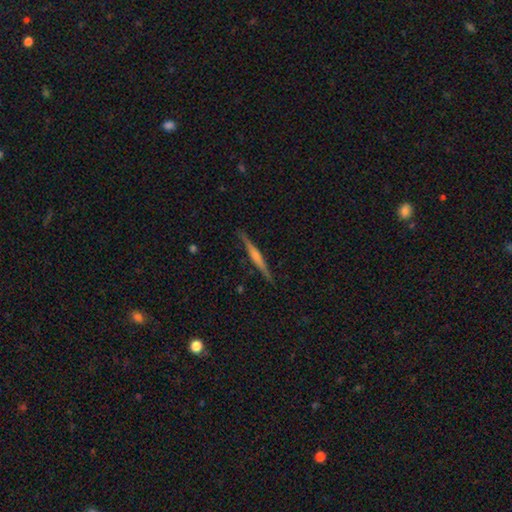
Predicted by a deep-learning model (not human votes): Overall: featured or disk (68%). Edge-on disk: yes (98%). Edge-on bulge: rounded (55%; none 27%). Merging: none (90%).